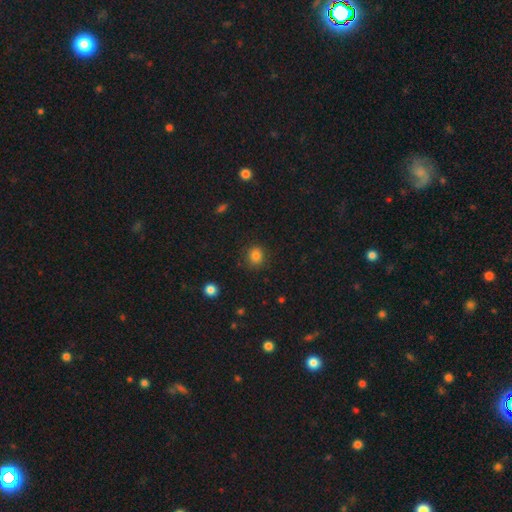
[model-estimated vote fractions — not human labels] Smooth or featured: smooth — 81% (star or artifact — 13%)
How rounded: round — 80% (in between — 19%)
Merging: none — 86% (minor disturbance — 10%)